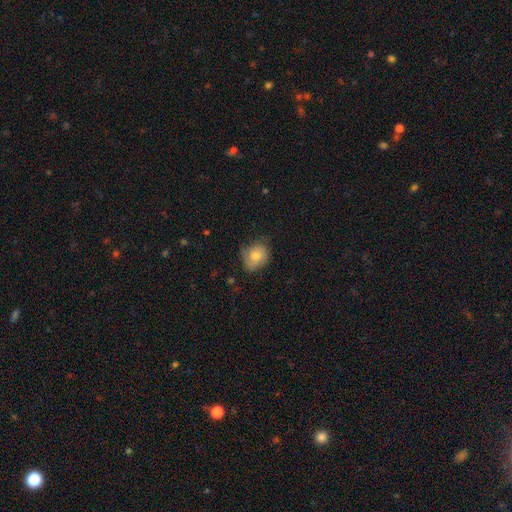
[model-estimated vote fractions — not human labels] smooth-or-featured: smooth: 69% | featured or disk: 23% | star or artifact: 8%
  how-rounded: round: 55% | in between: 44% | cigar-shaped: 1%
  merging: none: 60% | minor disturbance: 30% | major disturbance: 9% | merger: 1%